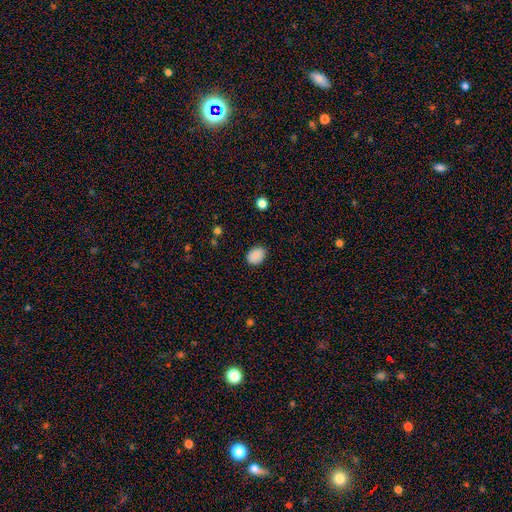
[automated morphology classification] type=smooth (88%); roundness=in between (62%); merging=none (84%).